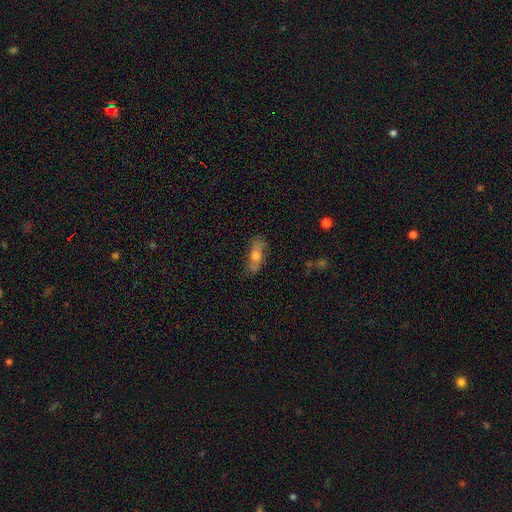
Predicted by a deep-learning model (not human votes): A smooth galaxy with no disk features (54%) that is in between round and cigar-shaped (56%).

Vote fractions:
- Smooth or featured? smooth: 54% / featured or disk: 37% / star or artifact: 9%
- How rounded? in between: 56% / cigar-shaped: 40% / round: 4%
- Merging? none: 70% / minor disturbance: 21% / major disturbance: 6% / merger: 3%